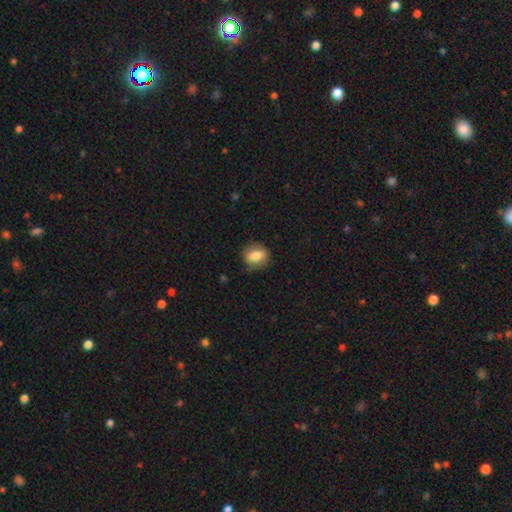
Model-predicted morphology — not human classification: smooth-or-featured: smooth: 77% | featured or disk: 14% | star or artifact: 8%
  how-rounded: round: 50% | in between: 48% | cigar-shaped: 2%
  merging: none: 81% | minor disturbance: 14% | major disturbance: 3% | merger: 1%